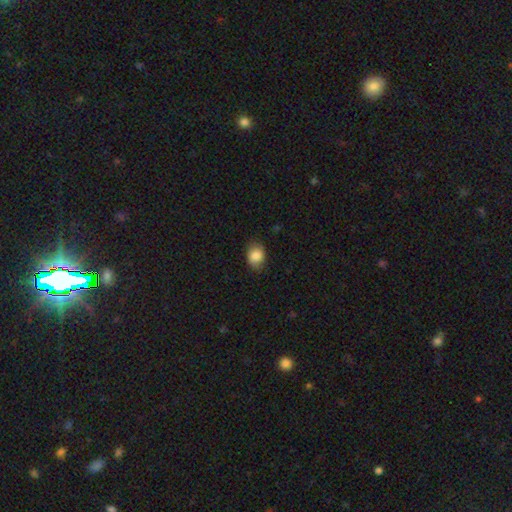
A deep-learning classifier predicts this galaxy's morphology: A smooth galaxy with no disk features (85%) that is in between round and cigar-shaped (61%). Merging: none (77%).